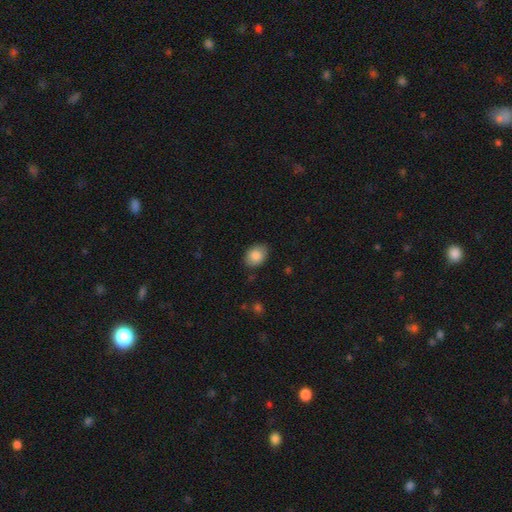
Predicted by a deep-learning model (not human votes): Overall: smooth (86%). How rounded: in between (74%). Merging: none (83%).